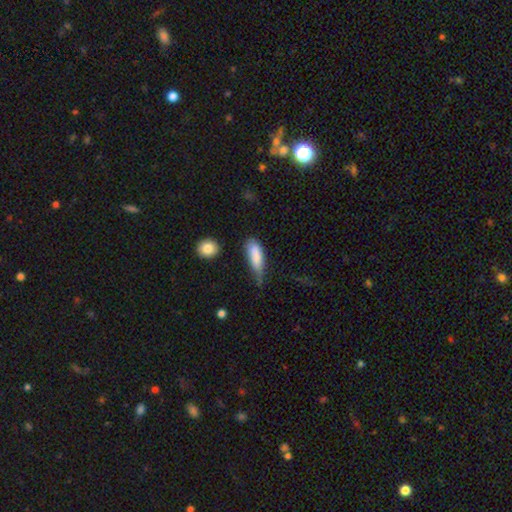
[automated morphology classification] smooth 84%, featured or disk 10%, star or artifact 6%. Down the decision tree: how rounded — in between (59%); merging — minor disturbance (45%).